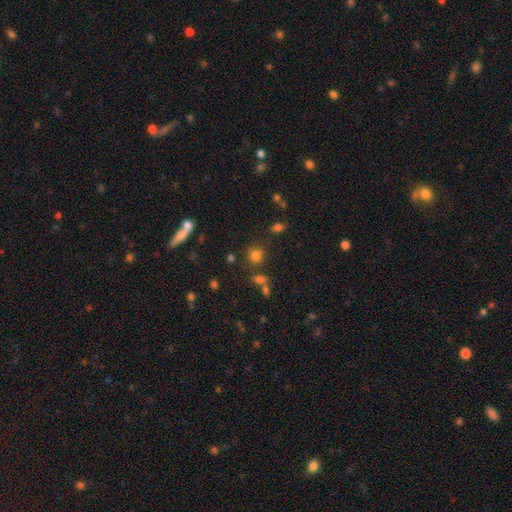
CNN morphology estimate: A smooth galaxy with no disk features (75%) that is round (84%). Merging: none (76%).